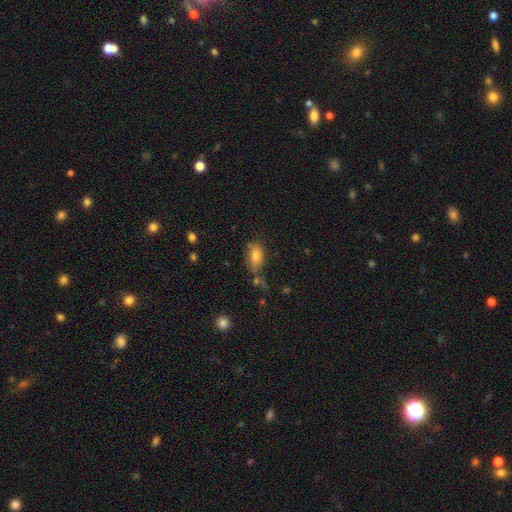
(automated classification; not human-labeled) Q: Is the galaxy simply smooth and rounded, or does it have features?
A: smooth — 77%.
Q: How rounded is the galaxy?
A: in between — 87%.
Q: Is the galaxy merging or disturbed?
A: none — 62%.